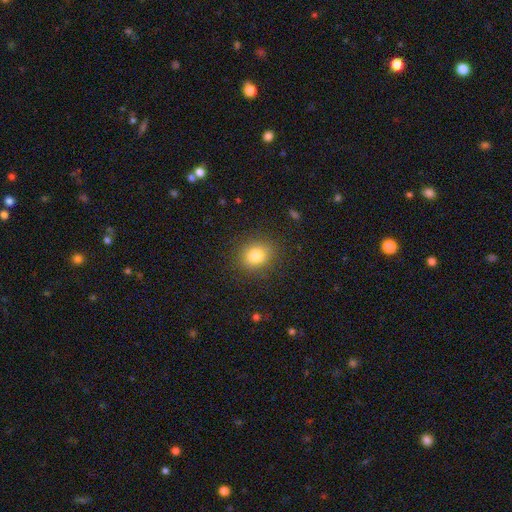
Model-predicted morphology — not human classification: The model was most divided on "how rounded": round: 71%, in between: 28%, cigar-shaped: 1%. More confident: merging — none (87%); smooth or featured — smooth (80%).